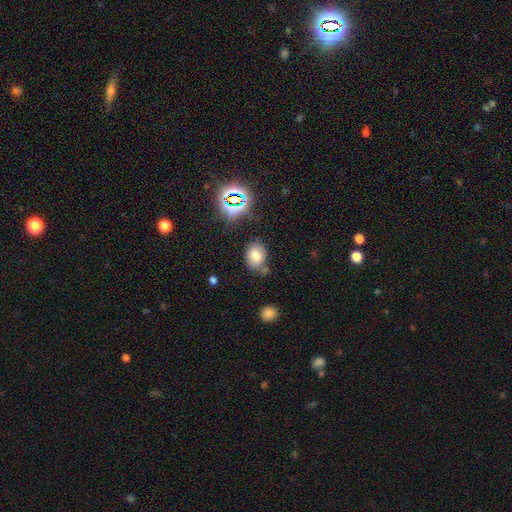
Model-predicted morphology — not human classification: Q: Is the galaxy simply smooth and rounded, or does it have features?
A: smooth — 74%.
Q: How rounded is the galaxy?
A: in between — 65%.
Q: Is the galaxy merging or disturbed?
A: none — 68%.